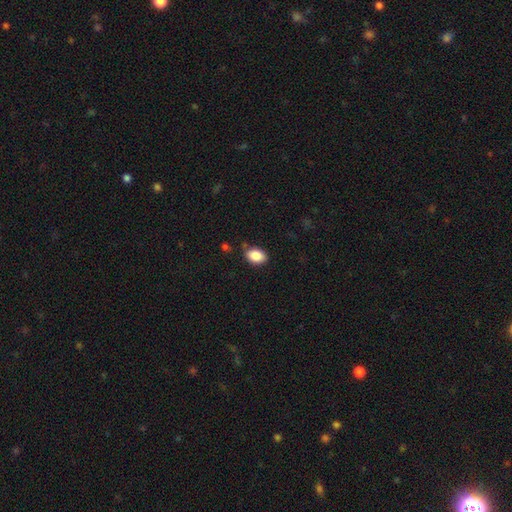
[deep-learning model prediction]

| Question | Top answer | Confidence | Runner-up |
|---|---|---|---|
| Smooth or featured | smooth | 87% | star or artifact (8%) |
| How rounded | in between | 85% | round (13%) |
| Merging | none | 82% | minor disturbance (13%) |